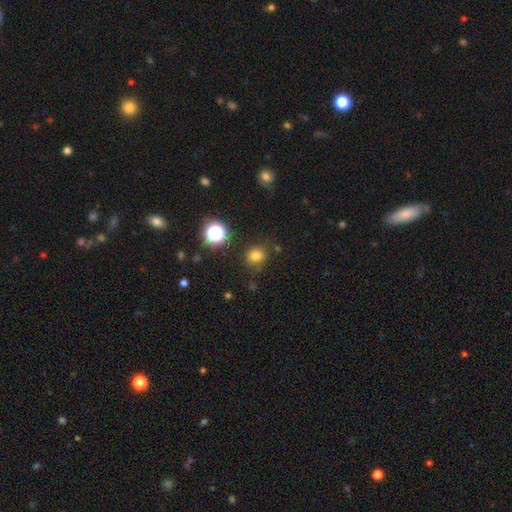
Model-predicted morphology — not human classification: A smooth galaxy with no disk features (77%) that is round (78%). Merging: none (83%).